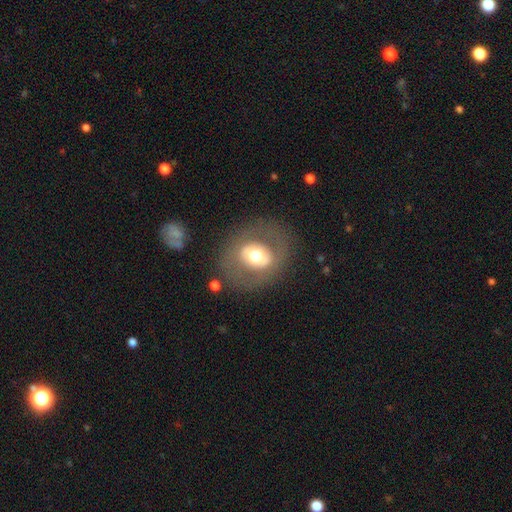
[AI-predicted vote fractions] This is possibly a featured or disk galaxy (47%). Merging: likely none (76%).